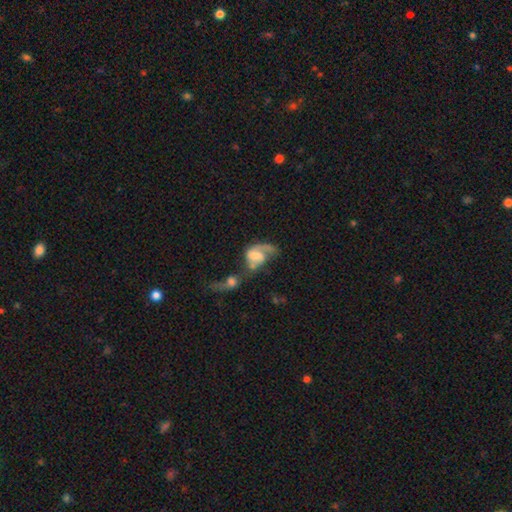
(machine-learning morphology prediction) A featured or disk galaxy (66%) with no bar (43%, tied with weak), 1 (48%) loose (47%) spiral arms (86%) and a moderate central bulge (35%).

Vote fractions:
- Smooth or featured? featured or disk: 66% / smooth: 26% / star or artifact: 8%
- Edge-on disk? no: 97% / yes: 3%
- Bar? no: 43% (tied) / weak: 43% (tied) / strong: 14%
- Spiral arms? yes: 86% / no: 14%
- Spiral winding? loose: 47% / medium: 36% / tight: 16%
- Spiral arm count? 1: 48% / 2: 42% / can't tell: 7% / 3: 1% / 4: 1% / more than 4: 1%
- Bulge size? moderate: 35% / small: 28% / none: 20% / large: 14% / dominant: 3%
- Merging? merger: 52% / major disturbance: 23% / none: 16% / minor disturbance: 10%